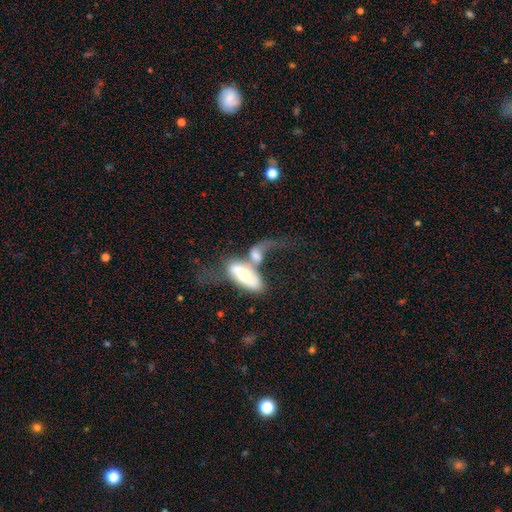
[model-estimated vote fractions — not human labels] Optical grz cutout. It shows a featured or disk galaxy (52%). Merging: merger (60%).